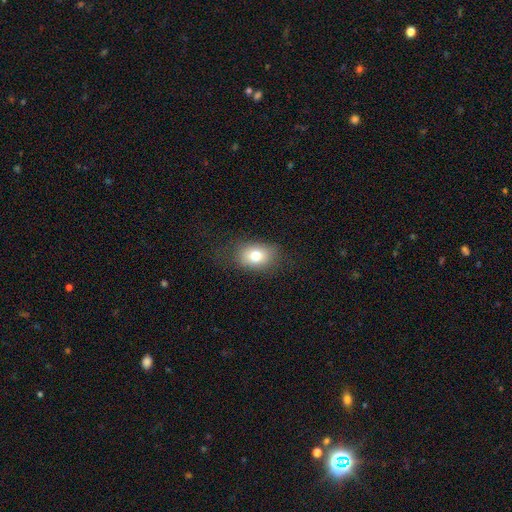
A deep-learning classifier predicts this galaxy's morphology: smooth 75%, featured or disk 13%, star or artifact 11%. Down the decision tree: how rounded — in between (70%); merging — none (74%).